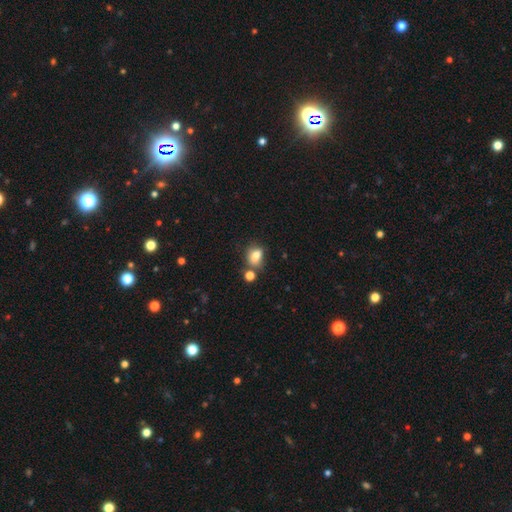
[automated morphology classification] smooth 81%, star or artifact 11%, featured or disk 9%. Down the decision tree: how rounded — in between (69%); merging — none (56%).